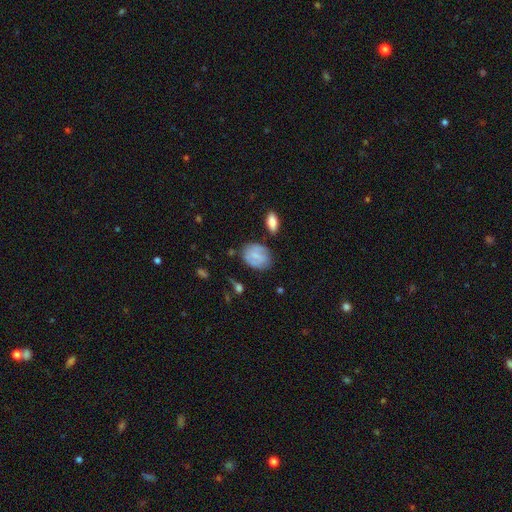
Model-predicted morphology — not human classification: Smooth or featured? Predicted: smooth (p=0.54). How rounded? Predicted: in between (p=0.61). Merging? Predicted: none (p=0.64).